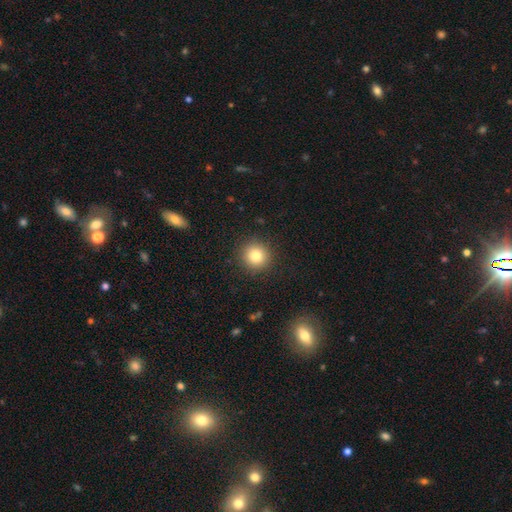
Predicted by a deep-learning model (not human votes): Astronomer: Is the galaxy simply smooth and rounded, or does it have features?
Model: smooth — 82%.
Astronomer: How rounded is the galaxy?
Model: round — 92%.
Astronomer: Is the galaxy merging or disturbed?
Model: none — 91%.